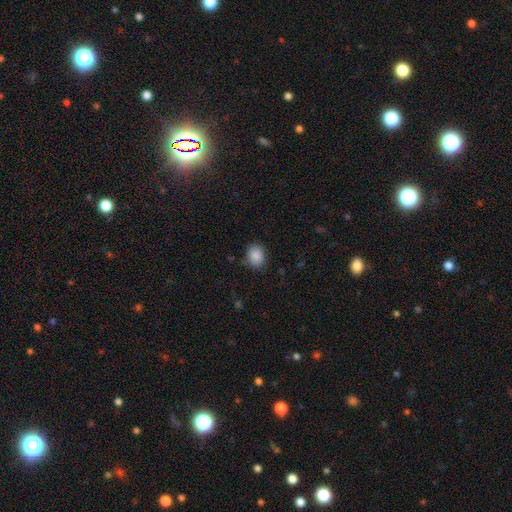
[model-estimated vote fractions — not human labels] Smooth or featured: smooth — 88% (star or artifact — 8%)
How rounded: round — 50% (in between — 49%)
Merging: none — 83% (minor disturbance — 12%)